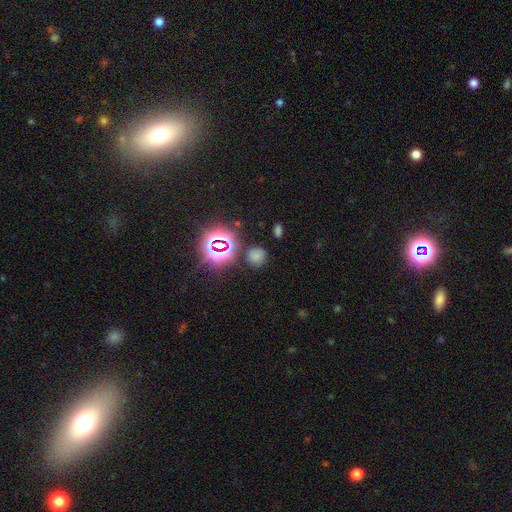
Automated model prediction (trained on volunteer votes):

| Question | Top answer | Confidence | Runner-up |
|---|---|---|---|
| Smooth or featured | smooth | 60% | star or artifact (33%) |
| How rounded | round | 84% | in between (14%) |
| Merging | none | 79% | minor disturbance (12%) |